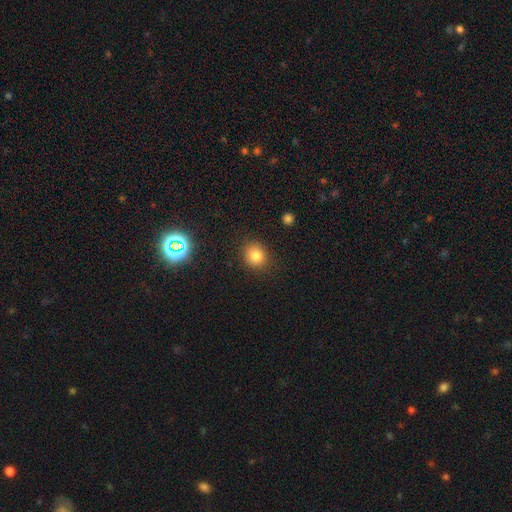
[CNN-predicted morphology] A smooth galaxy with no disk features (81%) that is round (77%). Merging: none (87%).